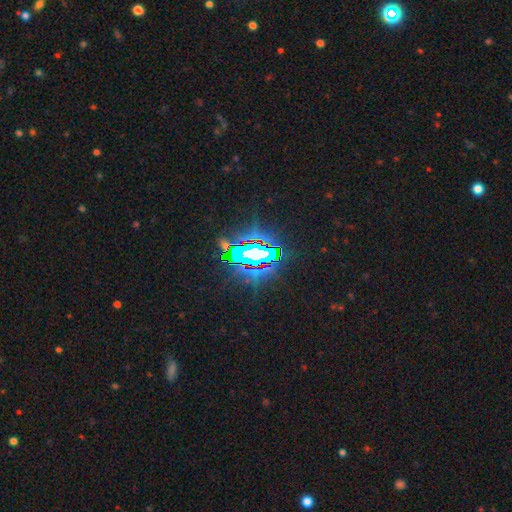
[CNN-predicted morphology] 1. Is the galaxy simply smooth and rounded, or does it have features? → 76% star or artifact, 12% featured or disk, 12% smooth.